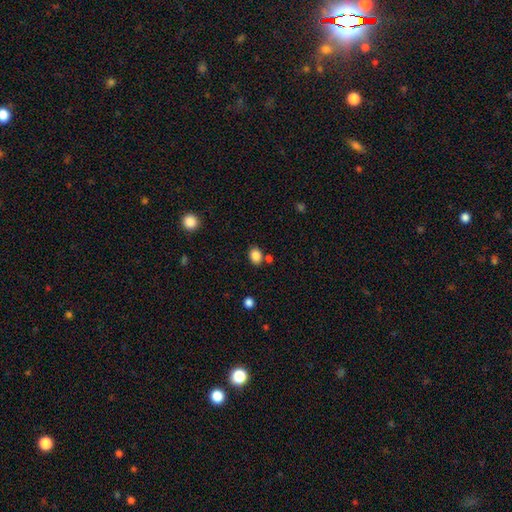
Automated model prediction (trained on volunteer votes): Overall: smooth (85%). How rounded: in between (60%; round 39%). Merging: none (76%).